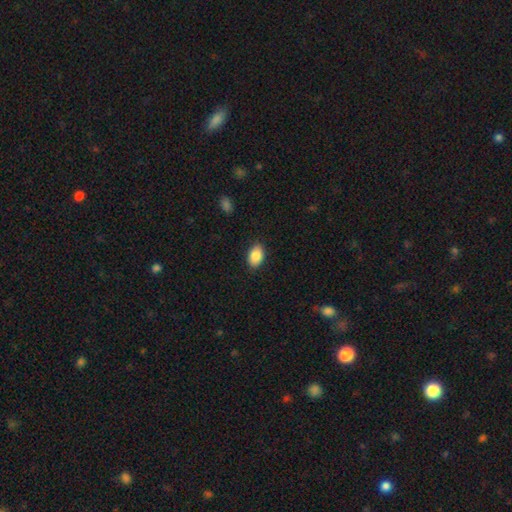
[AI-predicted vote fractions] A smooth galaxy with no disk features (87%) that is in between round and cigar-shaped (88%). Merging: none (87%).